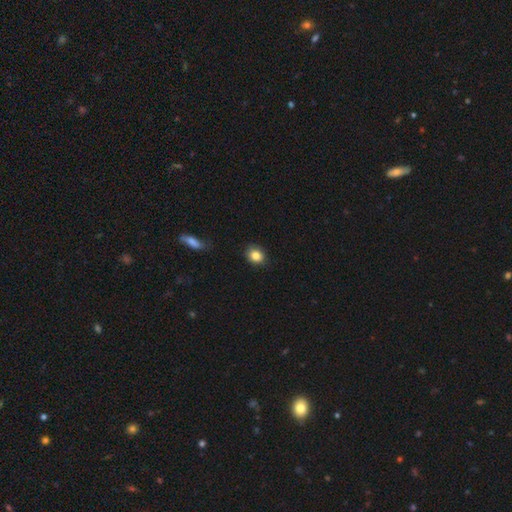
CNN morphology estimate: A smooth galaxy with no disk features (84%) that is round (59%).

Vote fractions:
- Smooth or featured? smooth: 84% / star or artifact: 9% / featured or disk: 7%
- How rounded? round: 59% / in between: 40% / cigar-shaped: 1%
- Merging? none: 83% / minor disturbance: 13% / major disturbance: 2% / merger: 1%